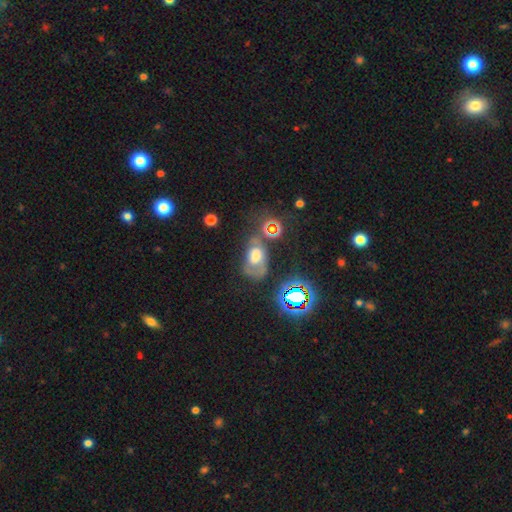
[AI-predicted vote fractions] smooth-or-featured: smooth: 39% (tied) | featured or disk: 39% (tied) | star or artifact: 22%
  merging: none: 37% | major disturbance: 29% | minor disturbance: 24% | merger: 10%